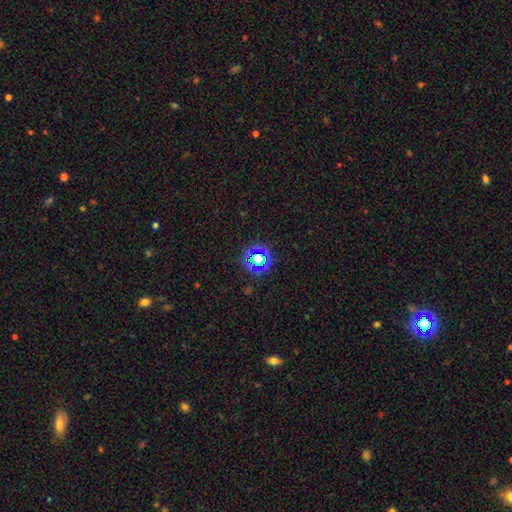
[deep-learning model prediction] Smooth or featured?
  - star or artifact: 65% *
  - smooth: 24%
  - featured or disk: 10%